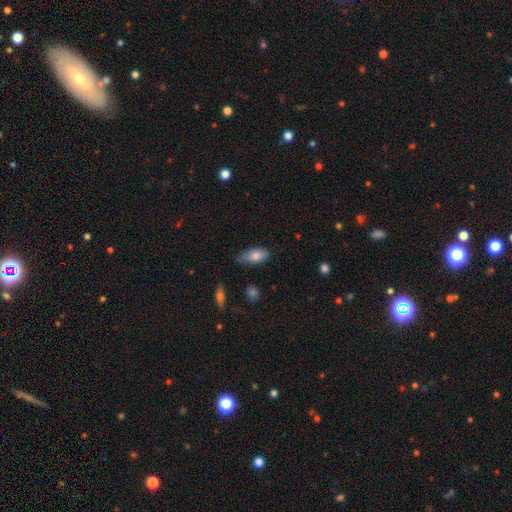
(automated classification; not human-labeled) smooth 78%, featured or disk 15%, star or artifact 7%. Down the decision tree: how rounded — in between (88%); merging — none (55%).